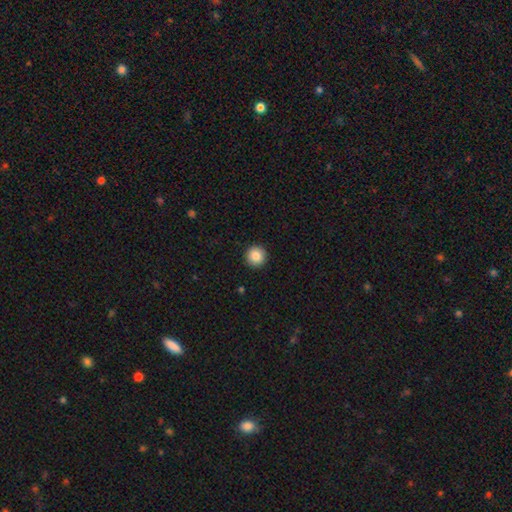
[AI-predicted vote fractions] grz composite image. It shows a smooth galaxy with no disk features (87%) that is round (96%). Merging: none (93%).